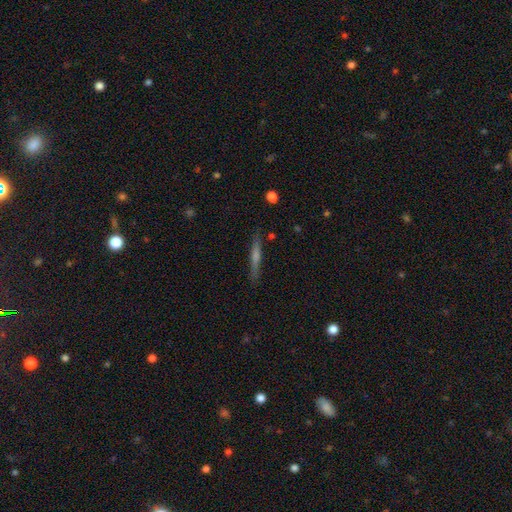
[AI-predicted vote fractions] Smooth or featured? featured or disk (54%)
Edge-on disk? yes (96%)
Edge-on bulge? rounded (52%)
Merging? none (88%)